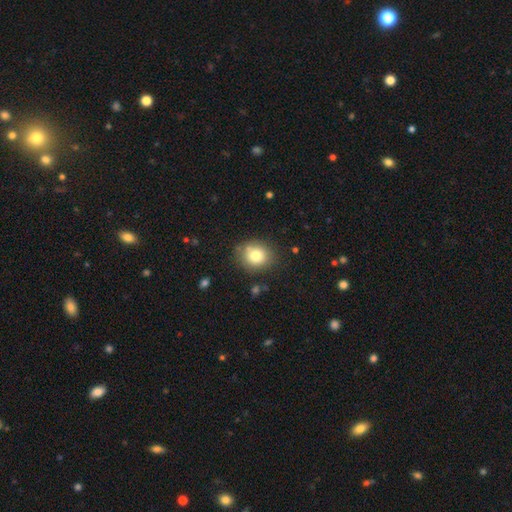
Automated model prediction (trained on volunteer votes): Smooth or featured?
  - smooth: 78% *
  - featured or disk: 11%
  - star or artifact: 11%
How rounded?
  - round: 73% *
  - in between: 26%
  - cigar-shaped: 1%
Merging?
  - none: 77% *
  - minor disturbance: 15%
  - major disturbance: 4%
  - merger: 4%